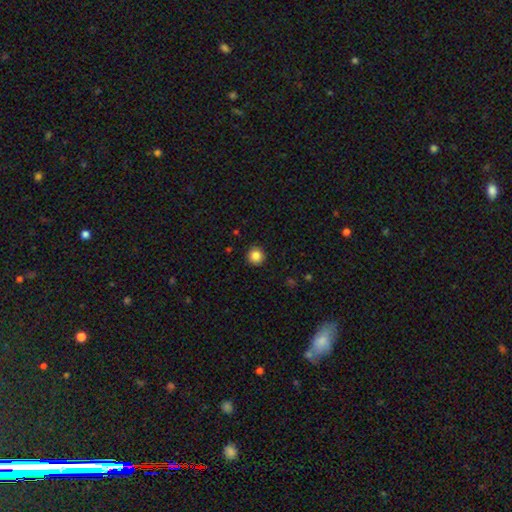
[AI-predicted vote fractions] Q: Smooth or featured?
A: smooth (85%); runner-up: star or artifact (10%)
Q: How rounded?
A: round (95%); runner-up: in between (4%)
Q: Merging?
A: none (93%); runner-up: minor disturbance (5%)